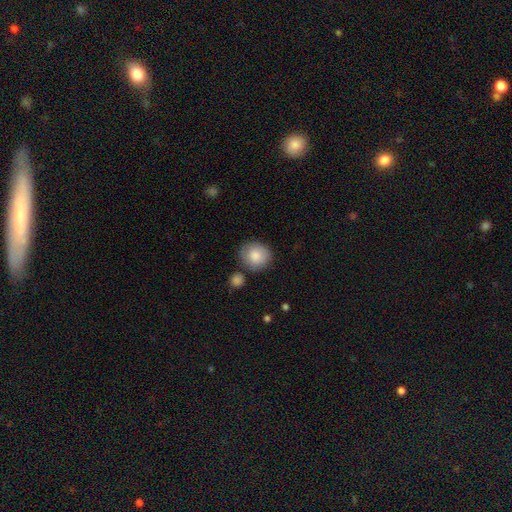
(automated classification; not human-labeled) Smooth or featured? Predicted: smooth (p=0.85). How rounded? Predicted: round (p=0.84). Merging? Predicted: none (p=0.75).